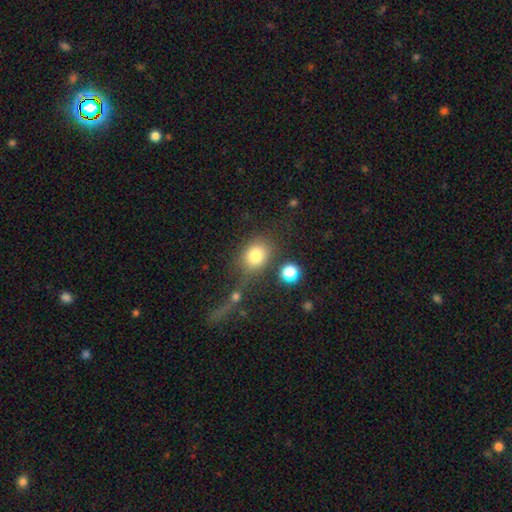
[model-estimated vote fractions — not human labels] Smooth or featured?
  - smooth: 79% *
  - star or artifact: 12%
  - featured or disk: 9%
How rounded?
  - round: 62% *
  - in between: 37%
  - cigar-shaped: 2%
Merging?
  - none: 59% *
  - merger: 16%
  - minor disturbance: 15%
  - major disturbance: 10%